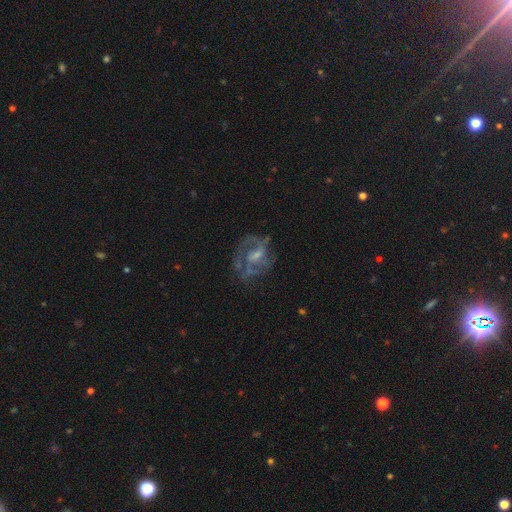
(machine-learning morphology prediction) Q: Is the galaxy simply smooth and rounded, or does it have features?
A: featured or disk — 74%.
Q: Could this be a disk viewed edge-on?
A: no — 97%.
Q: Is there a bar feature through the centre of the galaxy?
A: weak — 45%.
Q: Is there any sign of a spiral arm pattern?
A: yes — 77%.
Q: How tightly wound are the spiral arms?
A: medium — 47%.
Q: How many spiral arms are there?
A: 2 — 38%.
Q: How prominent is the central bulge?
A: small — 45%.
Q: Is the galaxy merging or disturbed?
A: none — 58%.